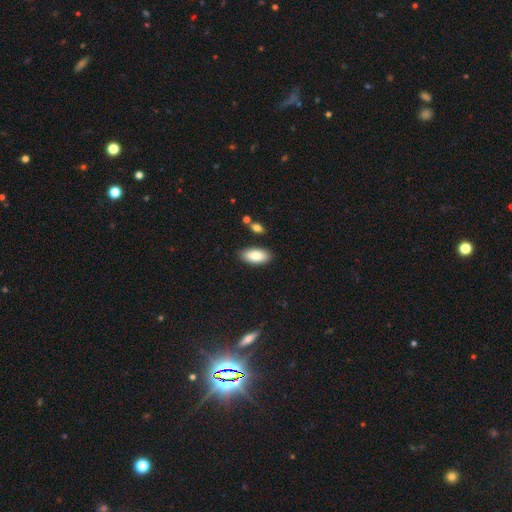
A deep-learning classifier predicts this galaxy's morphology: This appears to be a smooth galaxy with no disk features (84%) that is in between round and cigar-shaped (91%). Merging: none (86%).